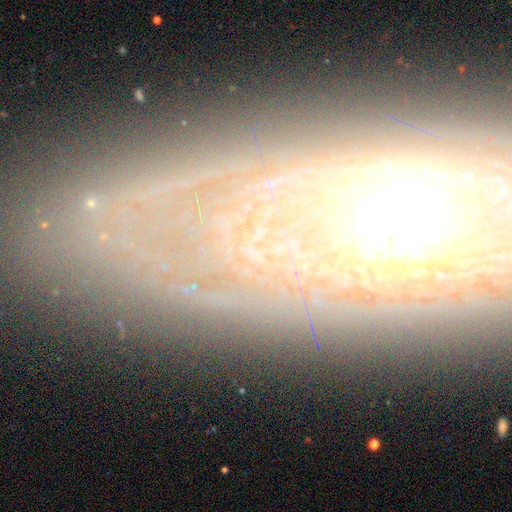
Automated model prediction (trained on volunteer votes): smooth_or_featured: star or artifact (p=0.53) [alt: featured or disk p=0.33]